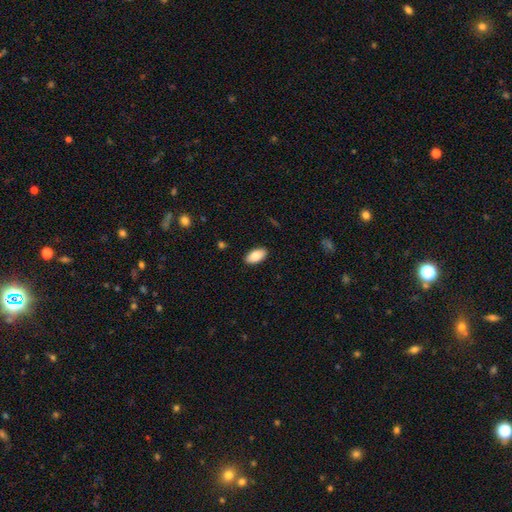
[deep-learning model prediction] This appears to be a smooth galaxy with no disk features (86%) that is in between round and cigar-shaped (94%). Merging: none (89%).